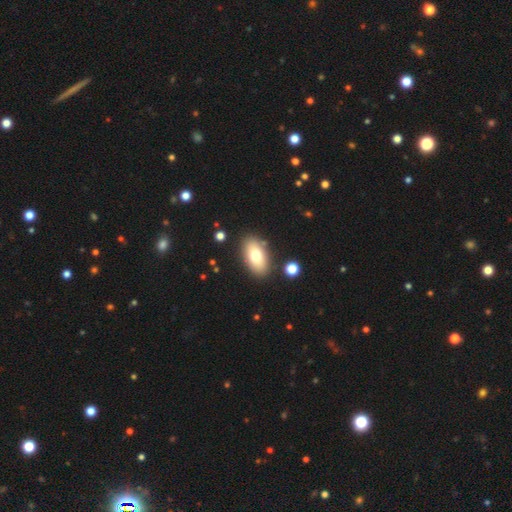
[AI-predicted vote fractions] Smooth or featured: smooth — 74% (featured or disk — 18%)
How rounded: in between — 91% (round — 5%)
Merging: none — 84% (minor disturbance — 9%)